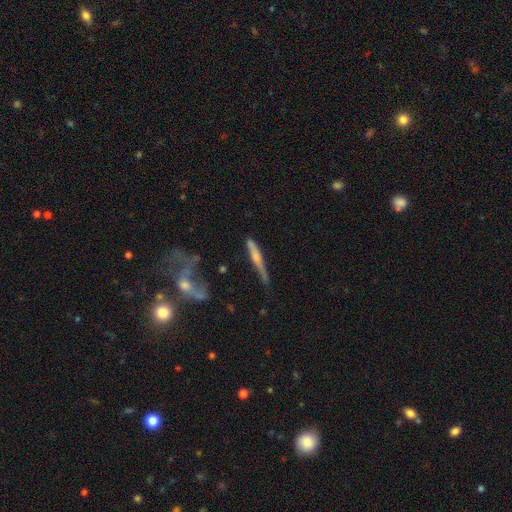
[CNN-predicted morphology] Smooth or featured: featured or disk — 49% (smooth — 45%)
Merging: none — 52% (minor disturbance — 27%)